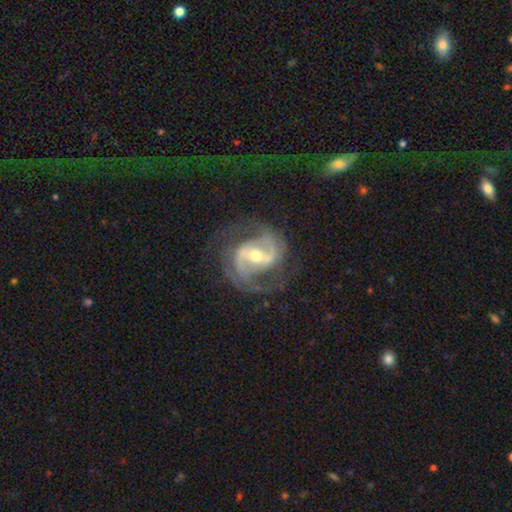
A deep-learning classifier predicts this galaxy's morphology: featured or disk 91%, star or artifact 5%, smooth 4%. Down the decision tree: edge-on disk — no (97%); bar — strong (46%); spiral arms — yes (97%); spiral arm count — 2 (84%); spiral winding — medium (56%); bulge size — moderate (61%); merging — none (72%).